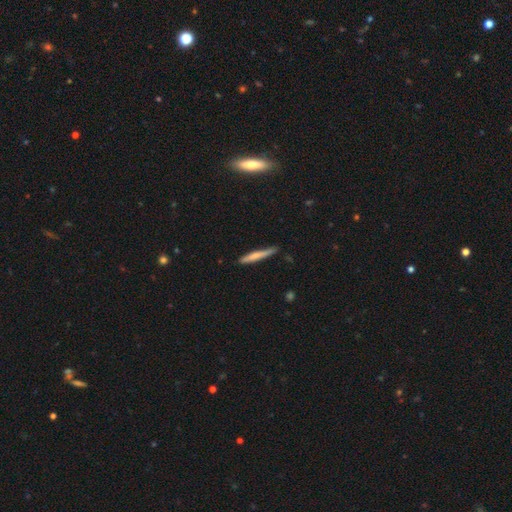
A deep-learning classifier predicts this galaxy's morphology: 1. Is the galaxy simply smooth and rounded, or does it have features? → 65% smooth, 29% featured or disk, 6% star or artifact.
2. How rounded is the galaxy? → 95% cigar-shaped, 4% in between, 1% round.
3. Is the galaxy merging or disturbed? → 77% none, 18% minor disturbance, 3% major disturbance, 2% merger.